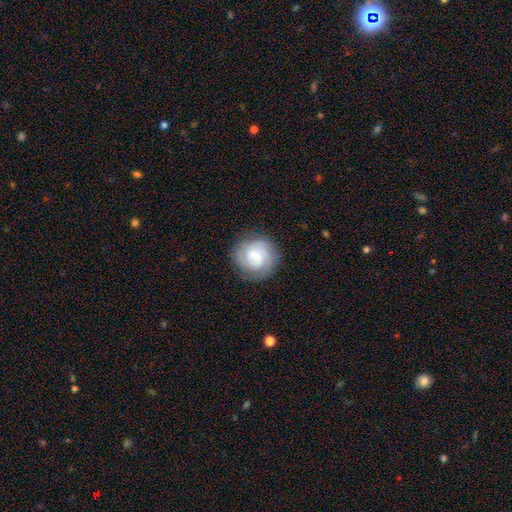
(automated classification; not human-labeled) The model was most divided on "bar": no: 50%, weak: 42%, strong: 8%. Remaining: edge-on disk — no (98%); spiral arms — yes (89%); merging — none (83%); smooth or featured — featured or disk (65%); spiral winding — tight (62%); bulge size — small (53%); spiral arm count — 2 (45%).